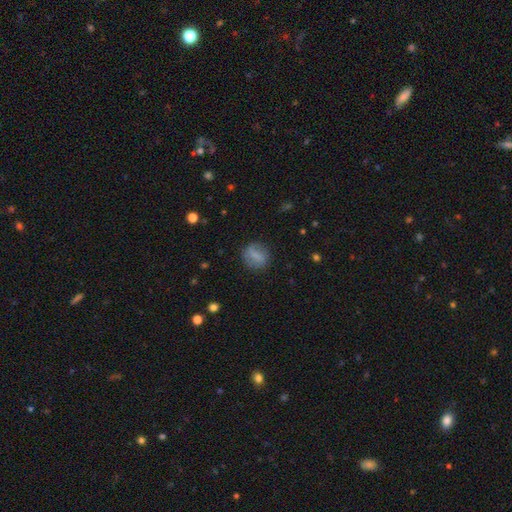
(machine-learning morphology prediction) smooth_or_featured: smooth (p=0.66) [alt: featured or disk p=0.25]
how_rounded: round (p=0.56) [alt: in between p=0.39]
merging: none (p=0.78) [alt: minor disturbance p=0.14]